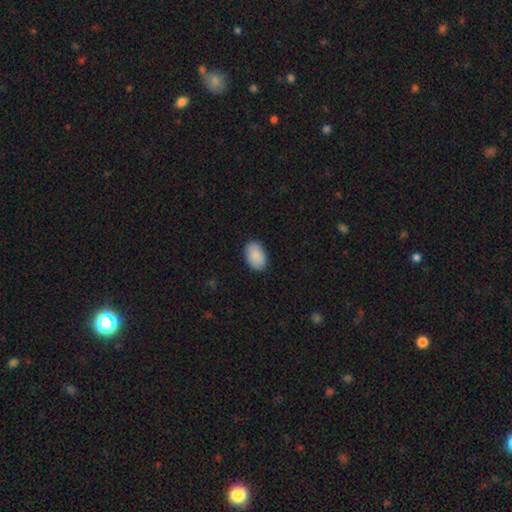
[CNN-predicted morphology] smooth-or-featured: smooth: 90% | star or artifact: 6% | featured or disk: 4%
  how-rounded: in between: 91% | round: 8% | cigar-shaped: 1%
  merging: none: 88% | minor disturbance: 9% | major disturbance: 2% | merger: 1%